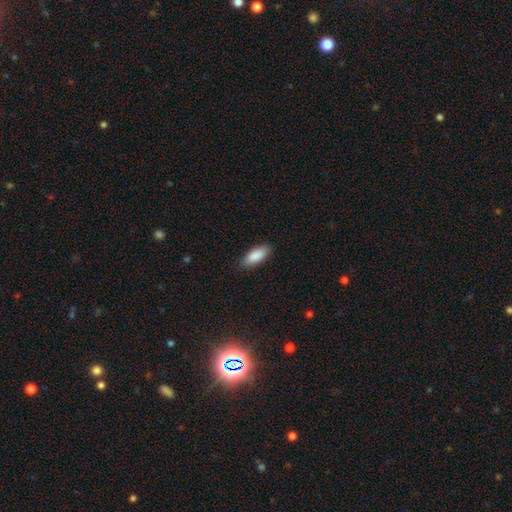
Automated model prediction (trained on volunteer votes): This is clearly a smooth galaxy (89%). How rounded: clearly in between (81%). Merging: clearly none (86%).